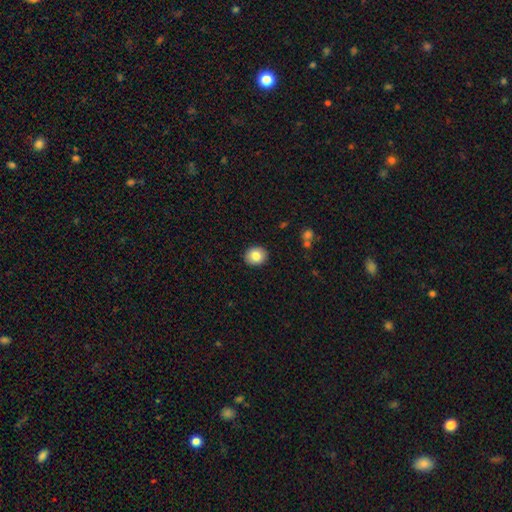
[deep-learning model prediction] Overall: smooth (84%). How rounded: round (71%). Merging: none (91%).